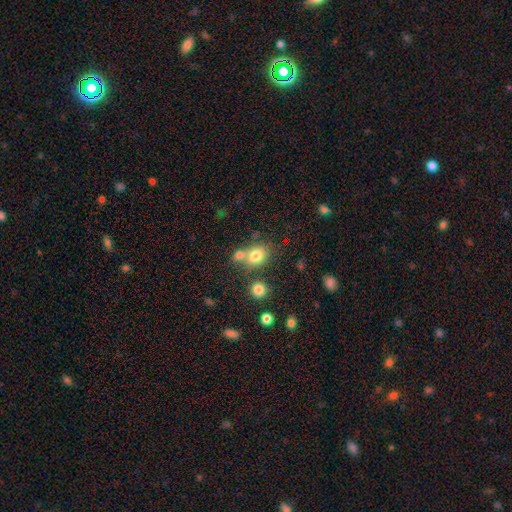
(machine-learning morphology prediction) smooth 77%, star or artifact 12%, featured or disk 11%. Down the decision tree: how rounded — round (57%); merging — none (50%).